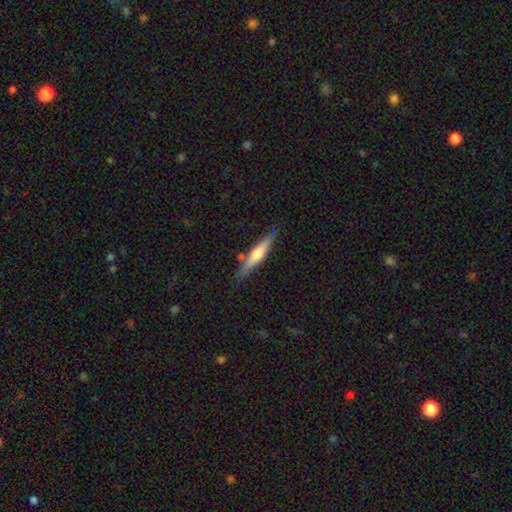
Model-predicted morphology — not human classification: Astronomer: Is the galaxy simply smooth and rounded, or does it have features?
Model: featured or disk — 59% (runner-up: smooth, 35%).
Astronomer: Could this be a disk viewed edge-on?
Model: yes — 96%.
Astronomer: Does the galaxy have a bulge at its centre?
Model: rounded — 82%.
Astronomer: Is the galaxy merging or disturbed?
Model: none — 85%.